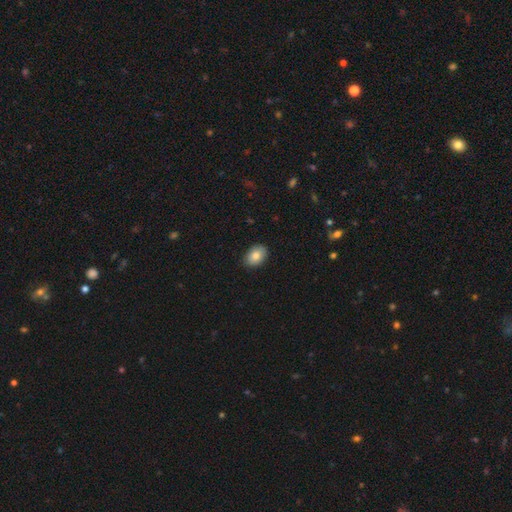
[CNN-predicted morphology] This is clearly a smooth galaxy (84%). How rounded: clearly in between (83%). Merging: clearly none (88%).